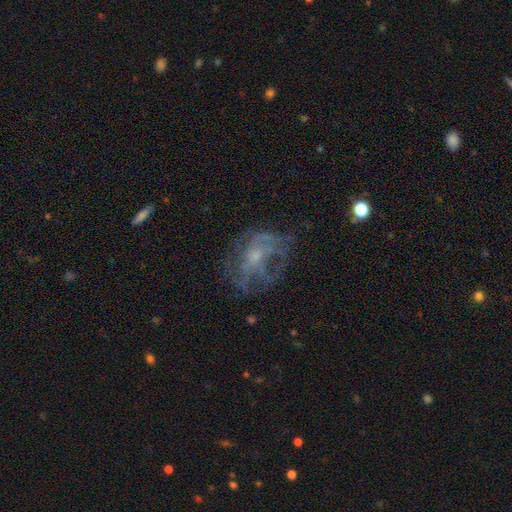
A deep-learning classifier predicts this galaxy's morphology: type=featured or disk (65%); edge-on=no (97%); bar=no (76%); spiral arms=no (57%); bulge=small (48%); merging=none (55%).